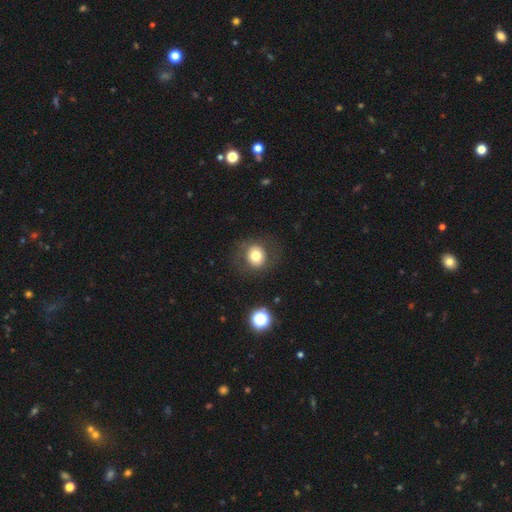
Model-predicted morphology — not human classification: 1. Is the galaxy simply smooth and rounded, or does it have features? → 73% smooth, 16% featured or disk, 11% star or artifact.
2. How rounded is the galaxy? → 77% round, 22% in between, 1% cigar-shaped.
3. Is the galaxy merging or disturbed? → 79% none, 12% minor disturbance, 8% major disturbance, 1% merger.